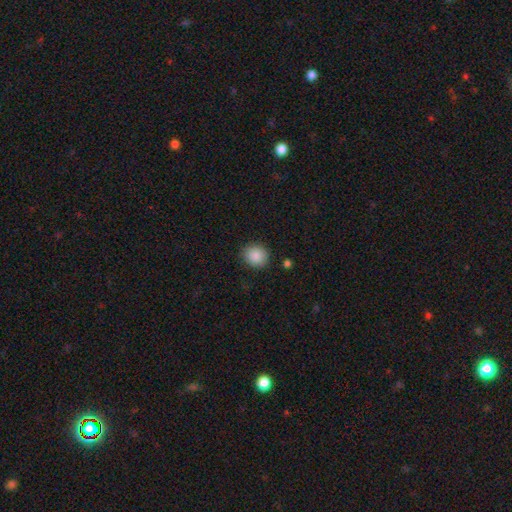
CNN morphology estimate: Smooth or featured: smooth — 88% (star or artifact — 8%)
How rounded: round — 82% (in between — 17%)
Merging: none — 87% (minor disturbance — 9%)